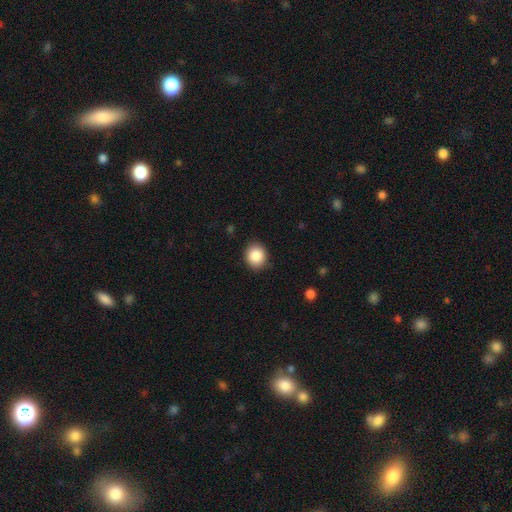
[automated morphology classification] Smooth or featured: smooth — 87% (star or artifact — 8%)
How rounded: round — 75% (in between — 24%)
Merging: none — 88% (minor disturbance — 9%)